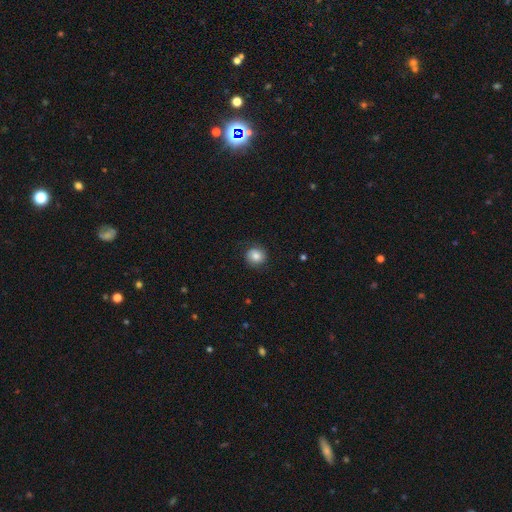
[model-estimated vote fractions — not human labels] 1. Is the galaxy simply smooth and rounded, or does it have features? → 76% smooth, 15% featured or disk, 9% star or artifact.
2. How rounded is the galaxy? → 87% round, 12% in between, 1% cigar-shaped.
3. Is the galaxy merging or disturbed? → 81% none, 13% minor disturbance, 5% major disturbance, 1% merger.